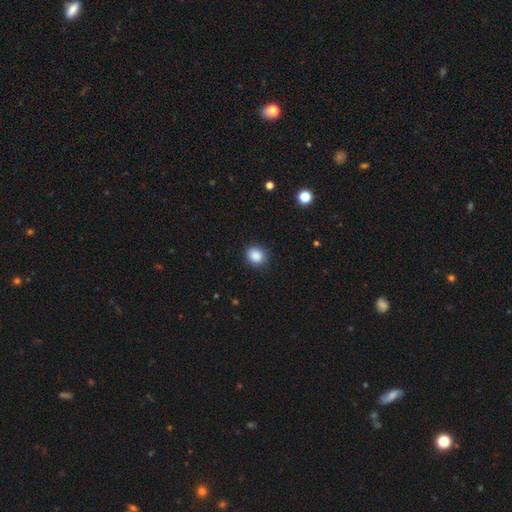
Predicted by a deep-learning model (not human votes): Morphology: type=smooth (88%); roundness=round (67%); merging=none (86%).